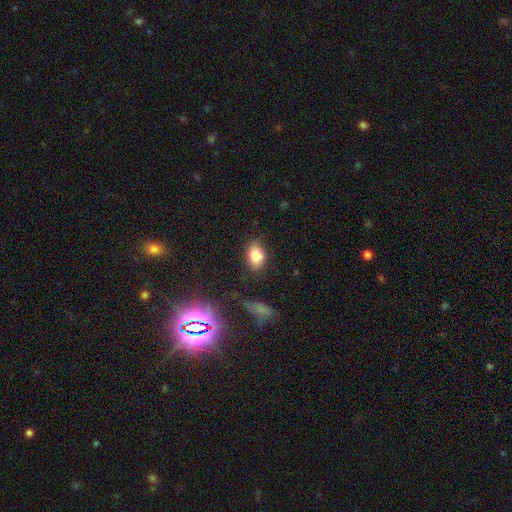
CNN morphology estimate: Smooth or featured: smooth — 81% (star or artifact — 10%)
How rounded: in between — 78% (round — 21%)
Merging: none — 80% (minor disturbance — 14%)